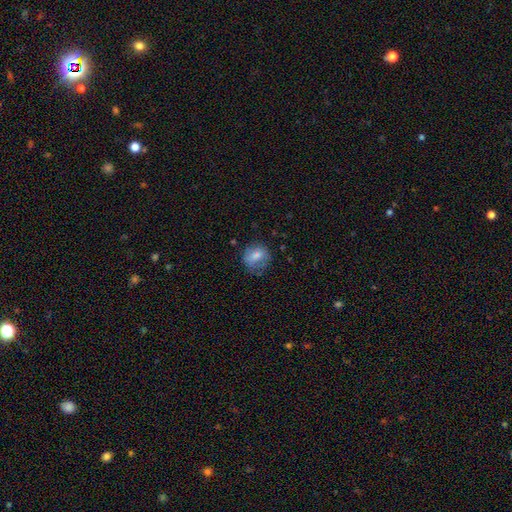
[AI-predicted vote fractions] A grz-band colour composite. It shows a smooth galaxy with no disk features (73%) that is round (68%). Merging: none (62%).